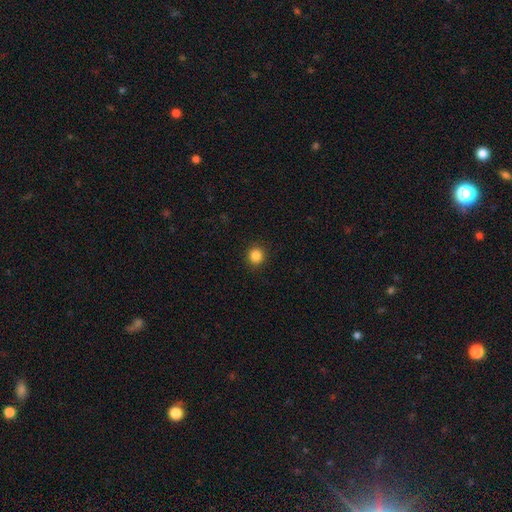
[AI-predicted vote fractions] smooth_or_featured: smooth (p=0.85) [alt: star or artifact p=0.11]
how_rounded: round (p=0.92) [alt: in between p=0.07]
merging: none (p=0.92) [alt: minor disturbance p=0.05]